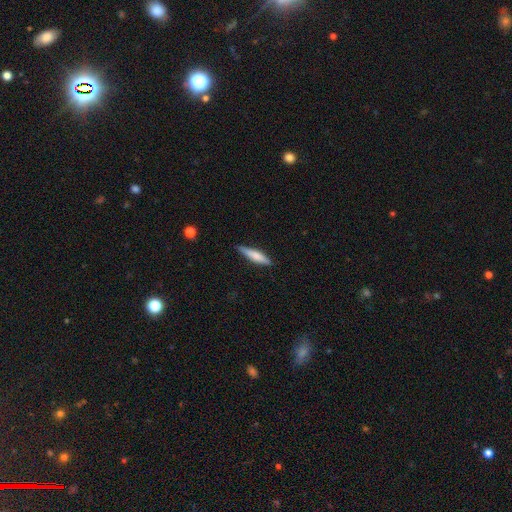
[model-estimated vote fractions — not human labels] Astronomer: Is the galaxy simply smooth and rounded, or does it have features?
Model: smooth — 63%.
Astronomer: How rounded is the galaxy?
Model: cigar-shaped — 83%.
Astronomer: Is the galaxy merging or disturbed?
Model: none — 84%.